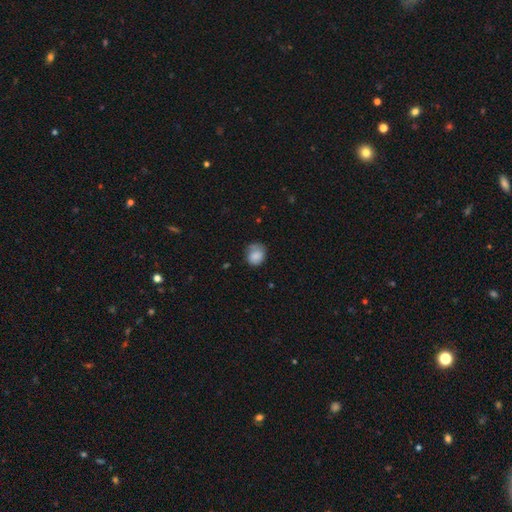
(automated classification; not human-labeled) Smooth or featured? Predicted: smooth (p=0.81). How rounded? Predicted: round (p=0.66). Merging? Predicted: none (p=0.56).